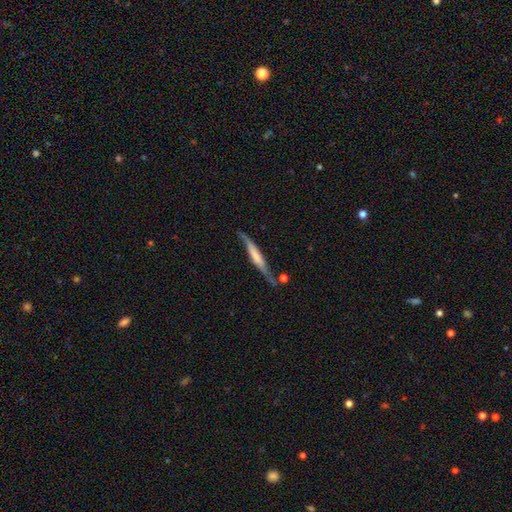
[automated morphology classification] Smooth or featured: featured or disk — 58% (smooth — 36%)
Edge-on disk: yes — 79% (no — 21%)
Merging: none — 56% (minor disturbance — 27%)